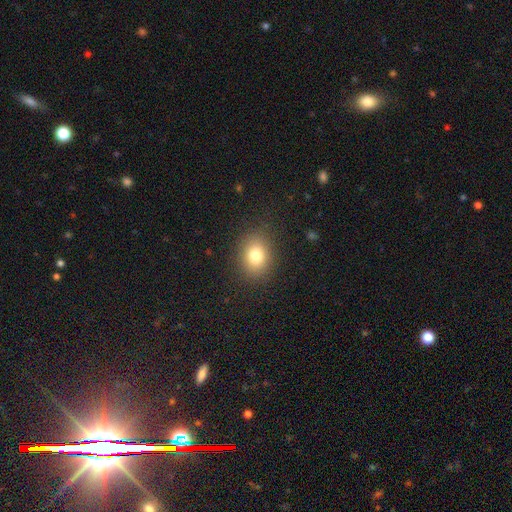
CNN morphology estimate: smooth_or_featured: smooth (p=0.79) [alt: star or artifact p=0.12]
how_rounded: round (p=0.53) [alt: in between p=0.46]
merging: none (p=0.87) [alt: minor disturbance p=0.09]